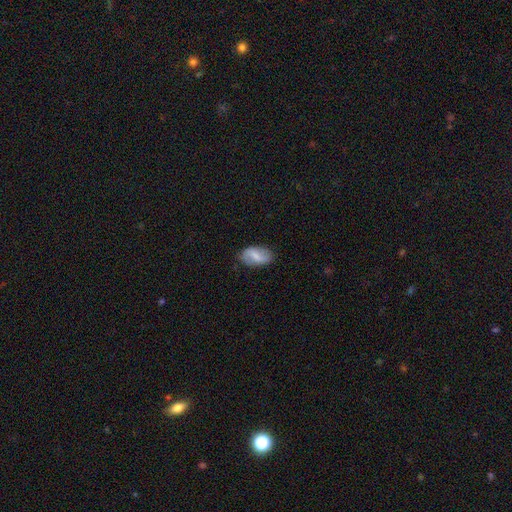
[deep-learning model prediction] Smooth or featured? Predicted: smooth (p=0.47). Merging? Predicted: none (p=0.80).